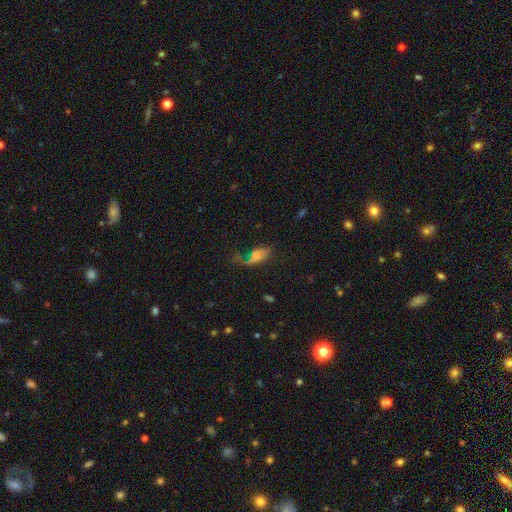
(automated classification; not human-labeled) This is likely a smooth galaxy (62%). How rounded: clearly in between (84%). Merging: marginally major disturbance (40%).